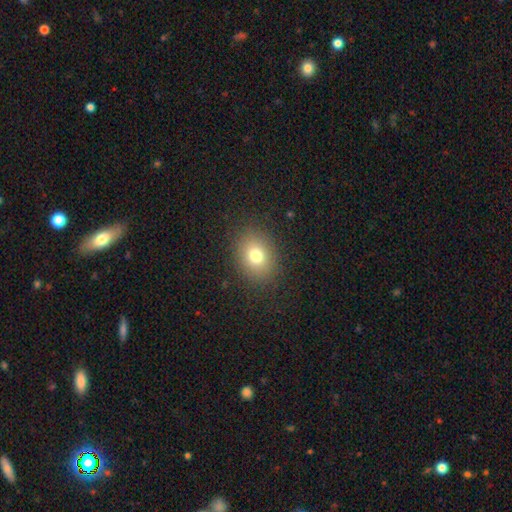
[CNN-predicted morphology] Smooth or featured: smooth — 76% (star or artifact — 13%)
How rounded: in between — 54% (round — 45%)
Merging: none — 86% (minor disturbance — 9%)